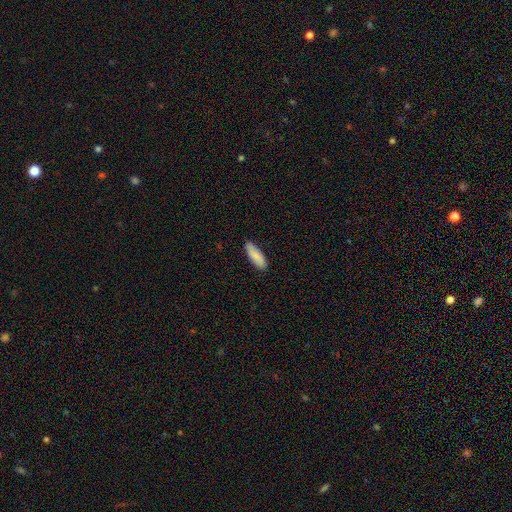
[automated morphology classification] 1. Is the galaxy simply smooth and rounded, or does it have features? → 86% smooth, 9% featured or disk, 6% star or artifact.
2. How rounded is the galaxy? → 59% in between, 39% cigar-shaped, 2% round.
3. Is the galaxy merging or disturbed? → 83% none, 14% minor disturbance, 2% major disturbance, 1% merger.